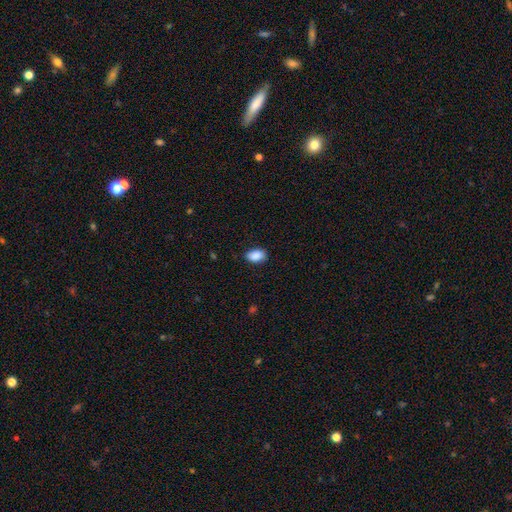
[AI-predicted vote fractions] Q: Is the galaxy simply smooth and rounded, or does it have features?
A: smooth — 89%.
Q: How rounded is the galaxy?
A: in between — 88%.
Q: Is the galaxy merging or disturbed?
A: none — 82%.